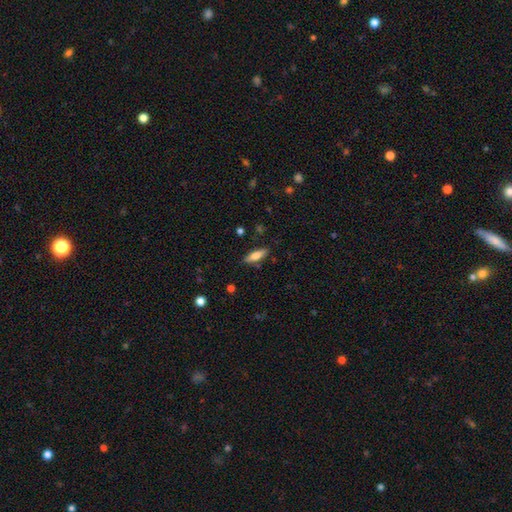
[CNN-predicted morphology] Smooth or featured: smooth — 64% (featured or disk — 29%)
How rounded: in between — 52% (cigar-shaped — 46%)
Merging: none — 85% (minor disturbance — 11%)